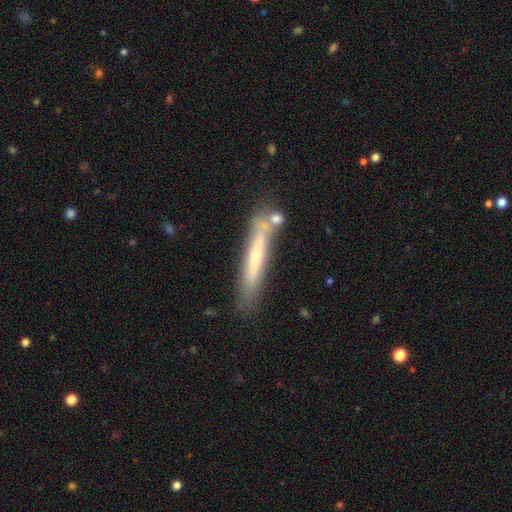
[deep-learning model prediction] A featured or disk galaxy (47%). Merging: none (70%).